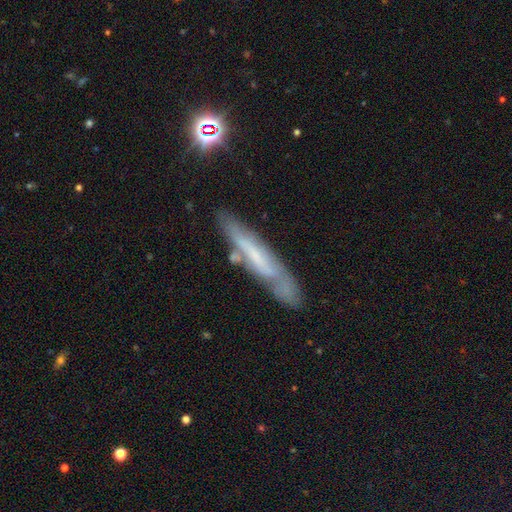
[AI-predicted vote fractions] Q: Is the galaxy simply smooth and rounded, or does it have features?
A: featured or disk — 57%.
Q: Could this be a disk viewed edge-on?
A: yes — 63%.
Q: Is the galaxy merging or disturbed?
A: none — 69%.